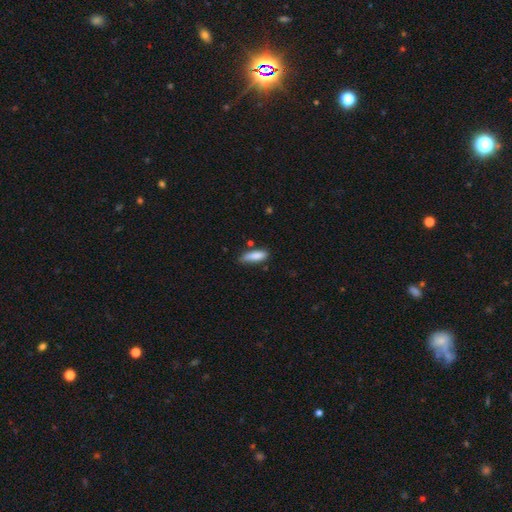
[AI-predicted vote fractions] Smooth or featured?
  - smooth: 85% *
  - featured or disk: 8%
  - star or artifact: 7%
How rounded?
  - cigar-shaped: 52% *
  - in between: 47%
  - round: 2%
Merging?
  - none: 67% *
  - minor disturbance: 24%
  - merger: 4%
  - major disturbance: 4%